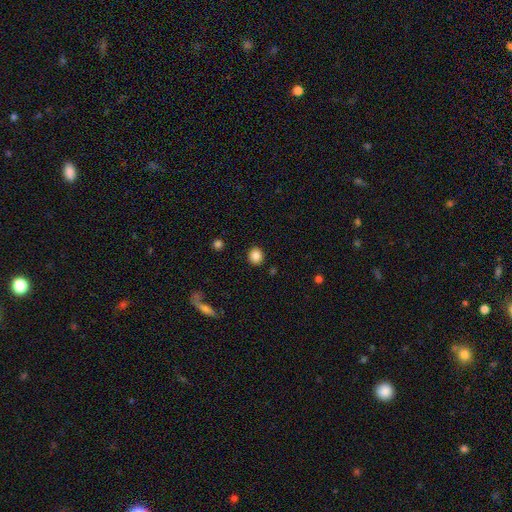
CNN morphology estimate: Smooth or featured? smooth (85%)
How rounded? round (83%)
Merging? none (91%)